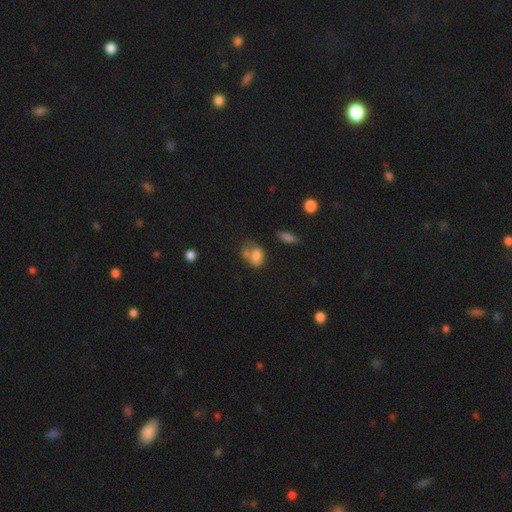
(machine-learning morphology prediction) smooth 77%, featured or disk 12%, star or artifact 11%. Down the decision tree: how rounded — in between (75%); merging — none (35%).